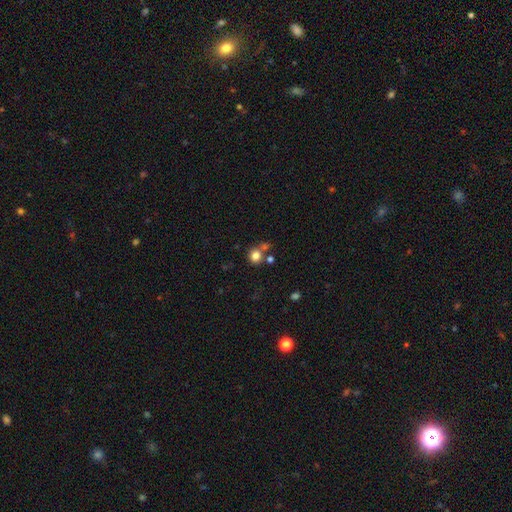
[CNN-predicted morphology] Smooth or featured? smooth (81%)
How rounded? round (86%)
Merging? none (63%)